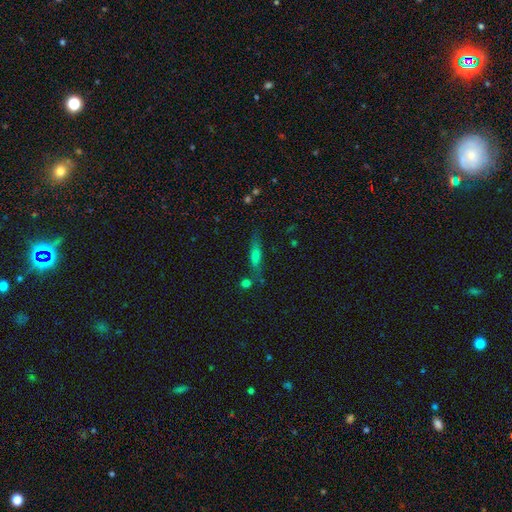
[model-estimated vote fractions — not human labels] smooth 59%, featured or disk 30%, star or artifact 11%. Down the decision tree: how rounded — cigar-shaped (74%); merging — none (69%).